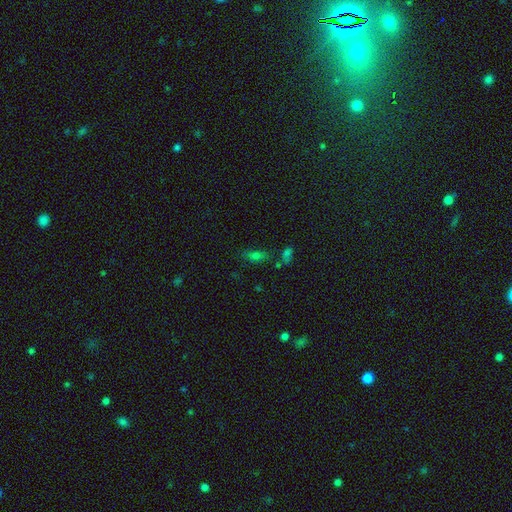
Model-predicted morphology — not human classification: smooth_or_featured: smooth (p=0.59) [alt: star or artifact p=0.25]
how_rounded: in between (p=0.71) [alt: cigar-shaped p=0.20]
merging: none (p=0.61) [alt: minor disturbance p=0.16]